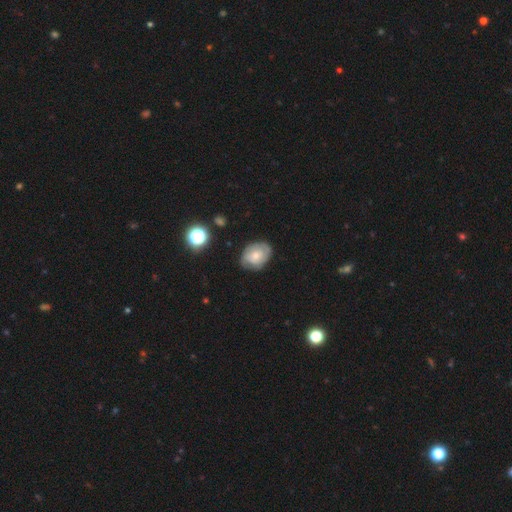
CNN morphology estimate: The model was most divided on "smooth or featured": smooth: 51%, featured or disk: 41%, star or artifact: 8%. More confident: merging — none (69%); how rounded — in between (65%).